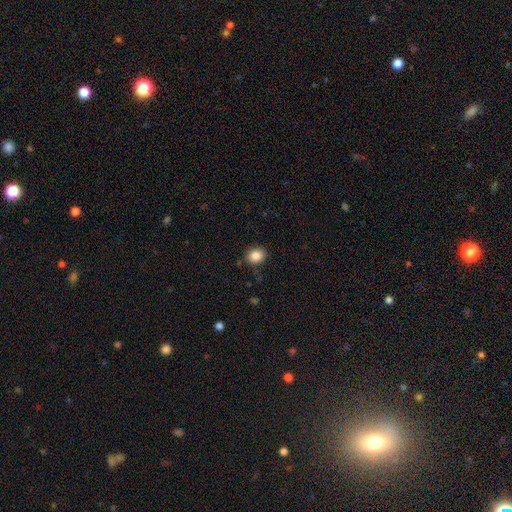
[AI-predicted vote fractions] Q: Smooth or featured?
A: smooth (87%); runner-up: star or artifact (9%)
Q: How rounded?
A: round (53%); runner-up: in between (46%)
Q: Merging?
A: none (86%); runner-up: minor disturbance (10%)